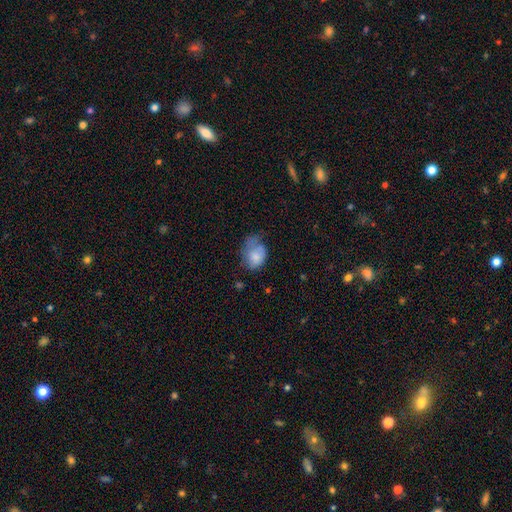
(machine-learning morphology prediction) This is likely a smooth galaxy (74%). How rounded: likely in between (64%). Merging: marginally minor disturbance (36%).